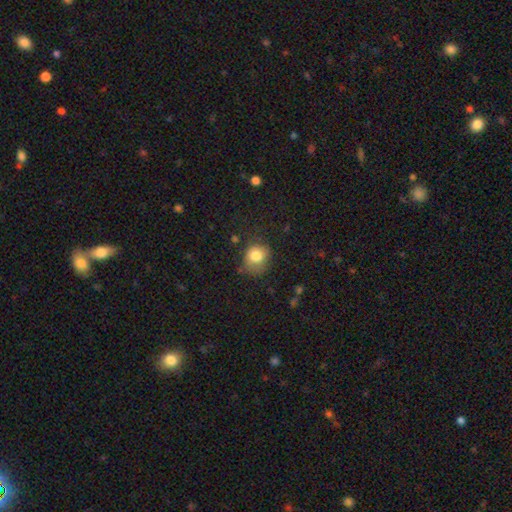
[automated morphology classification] The model was most divided on "merging": none: 57%, minor disturbance: 29%, major disturbance: 12%, merger: 3%. More confident: smooth or featured — smooth (80%); how rounded — round (64%).